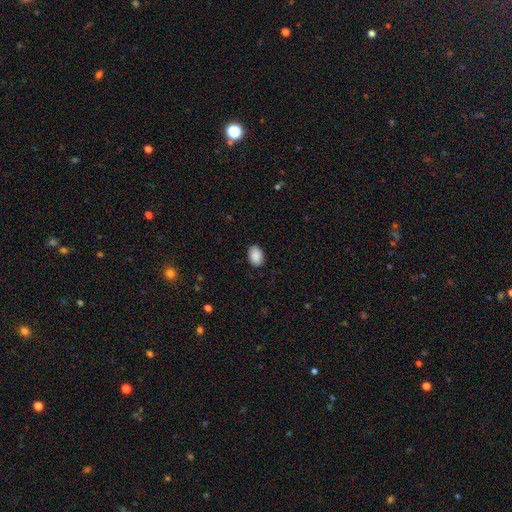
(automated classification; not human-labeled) smooth 89%, star or artifact 7%, featured or disk 4%. Down the decision tree: how rounded — in between (81%); merging — none (87%).